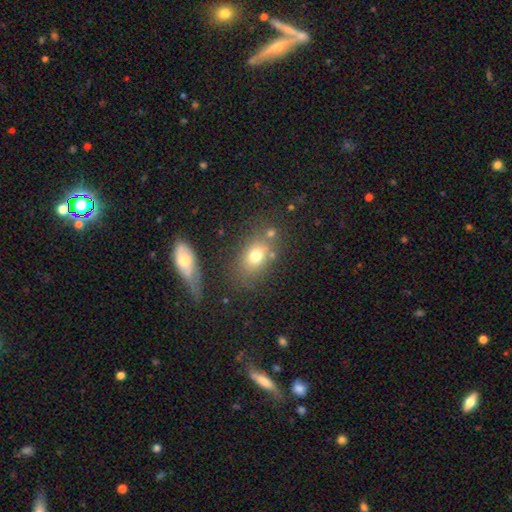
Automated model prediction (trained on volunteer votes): A smooth galaxy with no disk features (71%) that is in between round and cigar-shaped (68%).

Vote fractions:
- Smooth or featured? smooth: 71% / featured or disk: 16% / star or artifact: 13%
- How rounded? in between: 68% / round: 29% / cigar-shaped: 3%
- Merging? none: 66% / minor disturbance: 14% / merger: 14% / major disturbance: 6%